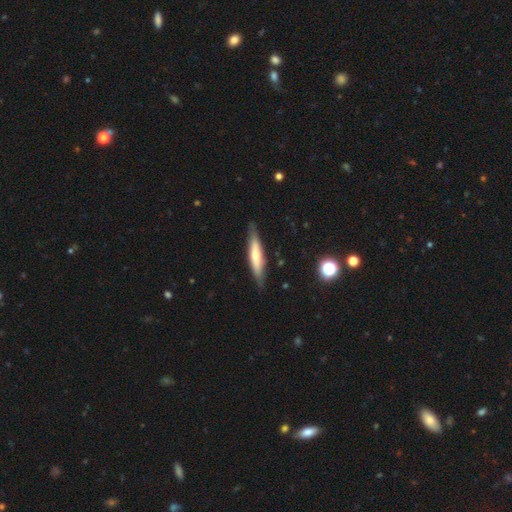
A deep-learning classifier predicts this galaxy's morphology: Overall: smooth (51%; featured or disk 43%). How rounded: cigar-shaped (84%). Merging: none (83%).